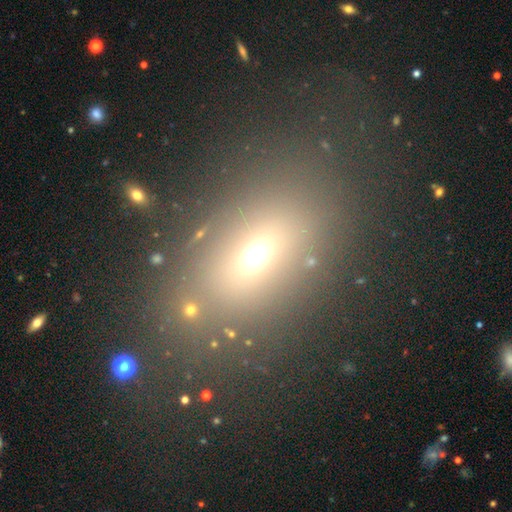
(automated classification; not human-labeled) Morphology: type=smooth (62%); roundness=in between (75%); merging=none (76%).